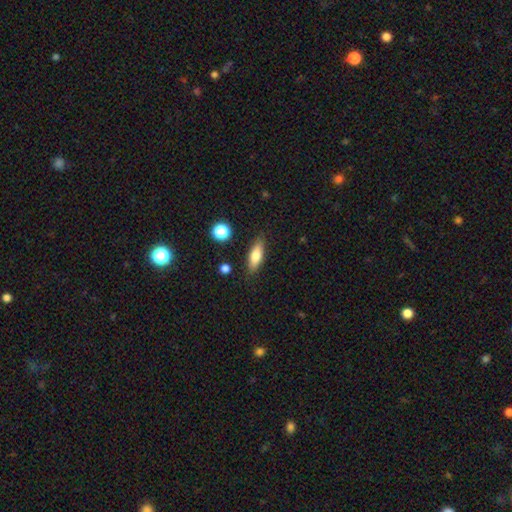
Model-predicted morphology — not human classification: smooth 71%, featured or disk 21%, star or artifact 8%. Down the decision tree: how rounded — in between (60%); merging — none (85%).